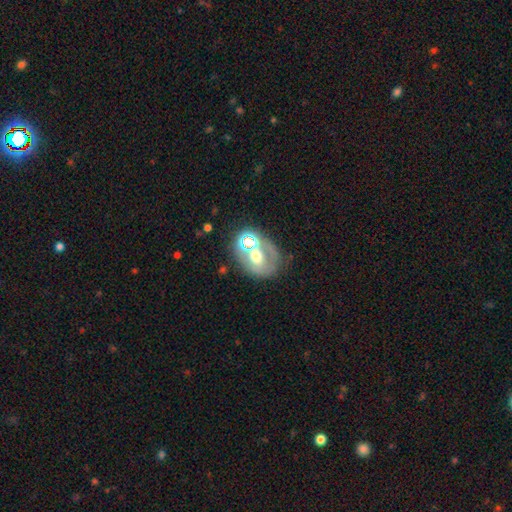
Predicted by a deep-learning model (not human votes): Overall: featured or disk (43%; smooth 39%). Merging: none (50%; merger 22%).